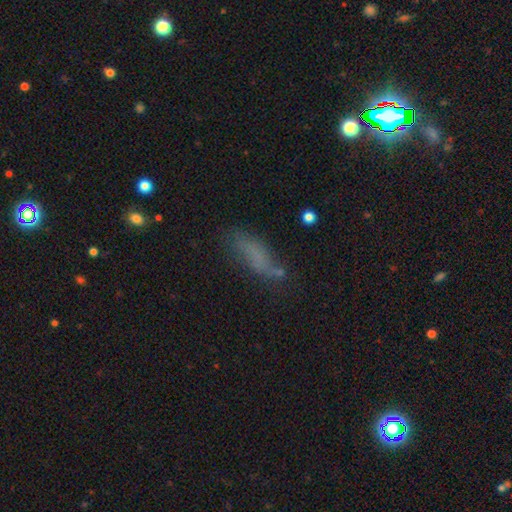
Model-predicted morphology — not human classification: Q: Smooth or featured?
A: smooth (61%); runner-up: featured or disk (24%)
Q: How rounded?
A: in between (50%); runner-up: cigar-shaped (47%)
Q: Merging?
A: none (56%); runner-up: minor disturbance (26%)